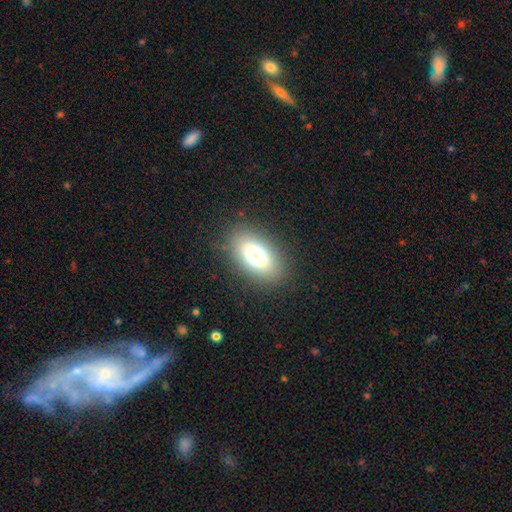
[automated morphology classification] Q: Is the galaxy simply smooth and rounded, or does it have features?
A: smooth — 73%.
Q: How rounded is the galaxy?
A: in between — 87%.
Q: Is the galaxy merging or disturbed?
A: none — 85%.